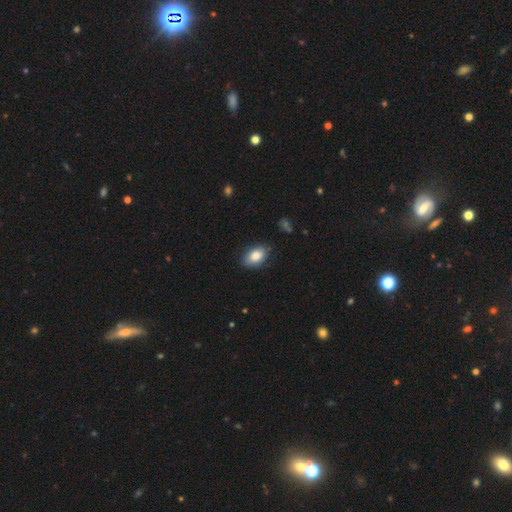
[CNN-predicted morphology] Smooth or featured? Predicted: smooth (p=0.83). How rounded? Predicted: in between (p=0.89). Merging? Predicted: none (p=0.79).